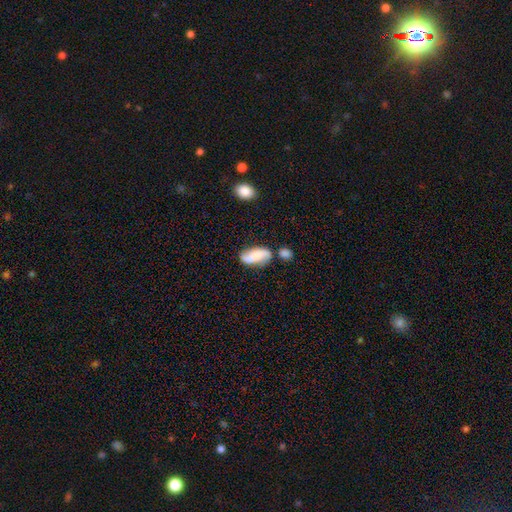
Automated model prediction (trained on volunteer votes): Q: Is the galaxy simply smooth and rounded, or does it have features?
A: smooth — 51%.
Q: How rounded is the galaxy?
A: in between — 84%.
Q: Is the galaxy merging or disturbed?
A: none — 56%.